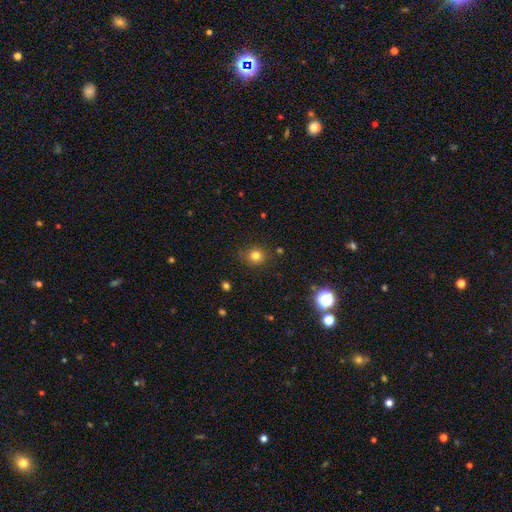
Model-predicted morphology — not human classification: This is clearly a smooth galaxy (80%). How rounded: clearly round (85%). Merging: clearly none (83%).